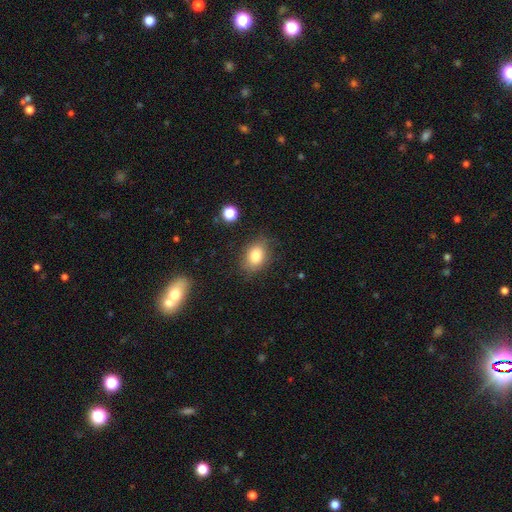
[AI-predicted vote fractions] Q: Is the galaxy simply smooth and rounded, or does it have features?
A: smooth — 81%.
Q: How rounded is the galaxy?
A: in between — 75%.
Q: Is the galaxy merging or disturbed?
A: none — 78%.